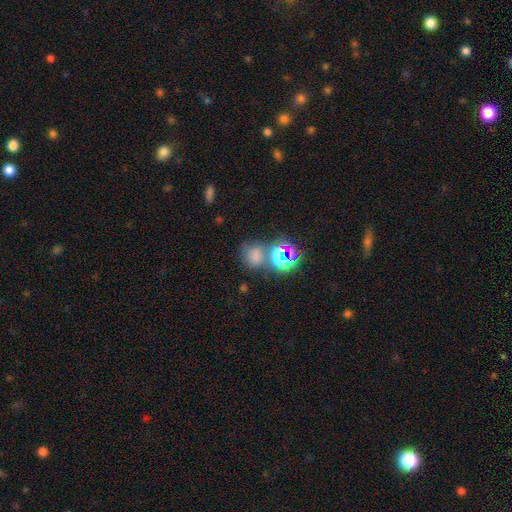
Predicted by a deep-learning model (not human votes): A smooth galaxy with no disk features (52%) that is round (60%). Merging: none (49%).